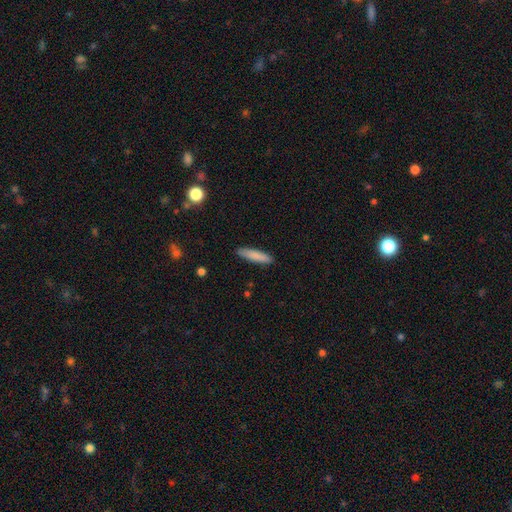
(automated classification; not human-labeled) Smooth or featured: smooth — 84% (featured or disk — 10%)
How rounded: cigar-shaped — 80% (in between — 19%)
Merging: none — 88% (minor disturbance — 9%)